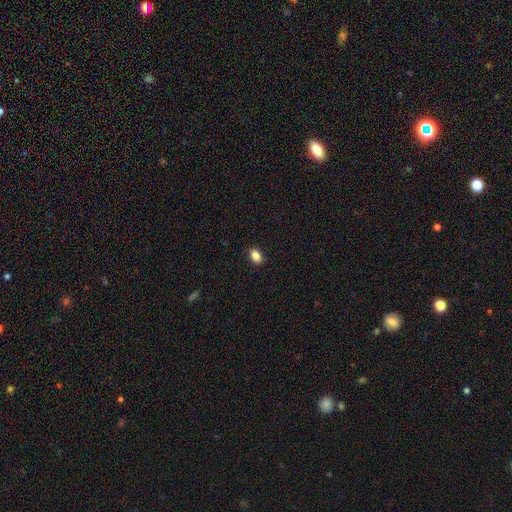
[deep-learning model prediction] Morphology: type=smooth (87%); roundness=in between (83%); merging=none (90%).